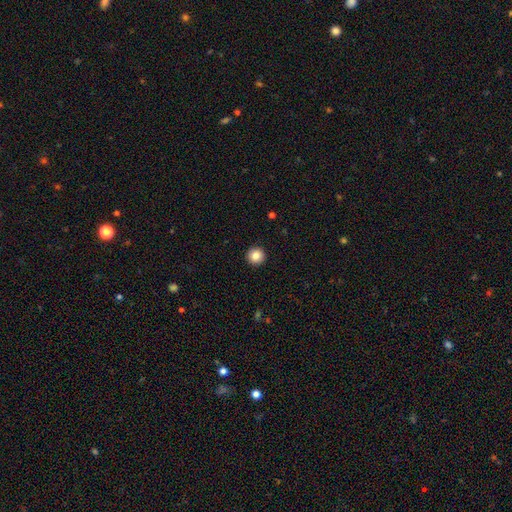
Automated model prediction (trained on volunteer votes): Overall: smooth (85%). How rounded: round (96%). Merging: none (94%).